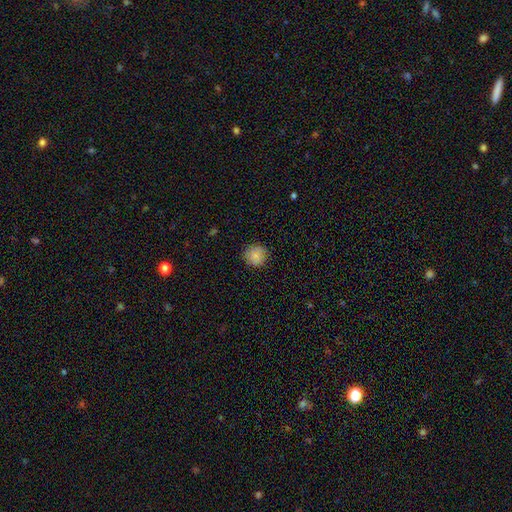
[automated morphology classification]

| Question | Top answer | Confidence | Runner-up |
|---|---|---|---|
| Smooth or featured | smooth | 85% | star or artifact (9%) |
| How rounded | round | 91% | in between (8%) |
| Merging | none | 86% | minor disturbance (10%) |